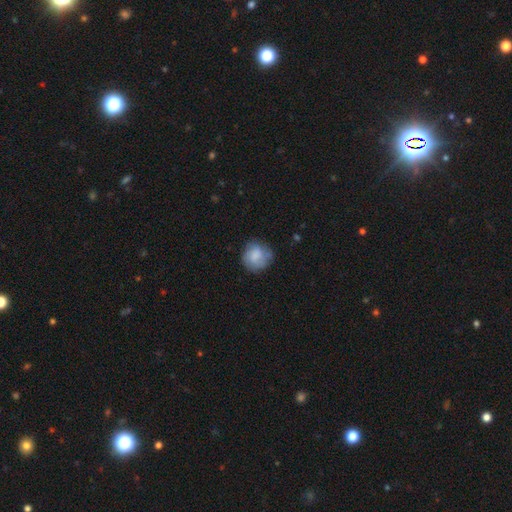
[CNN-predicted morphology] This is likely a smooth galaxy (74%). How rounded: clearly round (85%). Merging: likely none (69%).